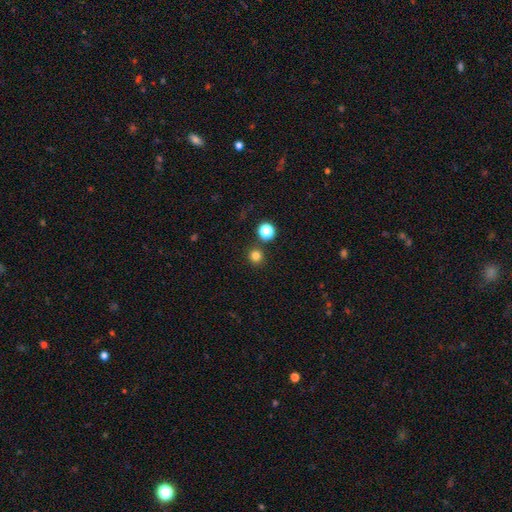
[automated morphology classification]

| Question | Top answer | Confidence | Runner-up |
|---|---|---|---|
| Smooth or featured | smooth | 80% | star or artifact (15%) |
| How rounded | round | 94% | in between (5%) |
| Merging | none | 86% | merger (6%) |